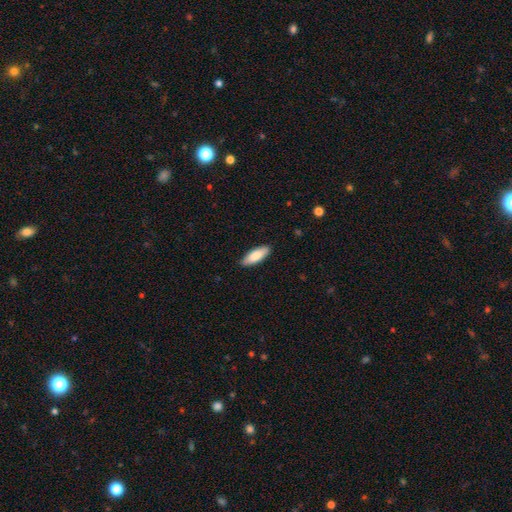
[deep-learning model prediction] Smooth or featured? Predicted: smooth (p=0.83). How rounded? Predicted: in between (p=0.65). Merging? Predicted: none (p=0.88).